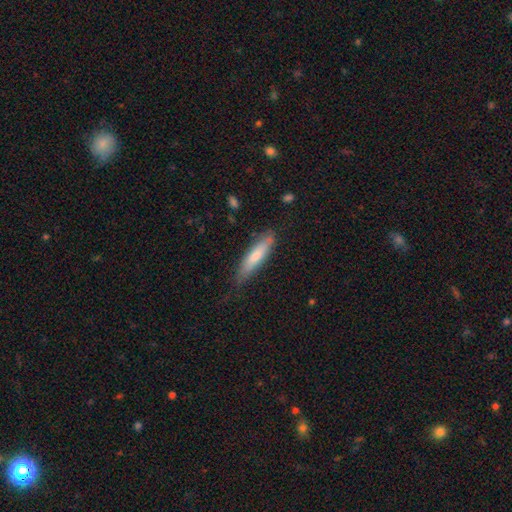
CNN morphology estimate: Q: Smooth or featured?
A: smooth (68%); runner-up: featured or disk (26%)
Q: How rounded?
A: cigar-shaped (80%); runner-up: in between (18%)
Q: Merging?
A: none (75%); runner-up: minor disturbance (20%)